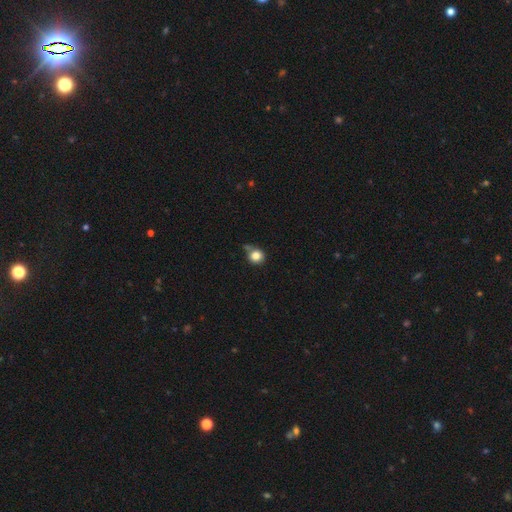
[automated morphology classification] A smooth galaxy with no disk features (83%) that is round (86%).

Vote fractions:
- Smooth or featured? smooth: 83% / star or artifact: 11% / featured or disk: 6%
- How rounded? round: 86% / in between: 13% / cigar-shaped: 1%
- Merging? none: 62% / minor disturbance: 21% / merger: 11% / major disturbance: 6%